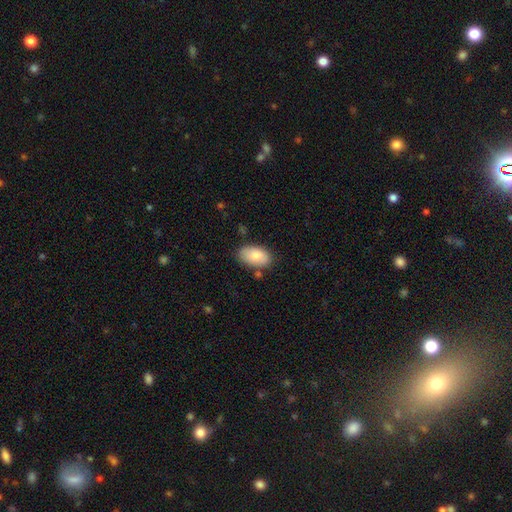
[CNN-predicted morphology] This appears to be a smooth galaxy with no disk features (80%) that is in between round and cigar-shaped (93%). Merging: none (78%).